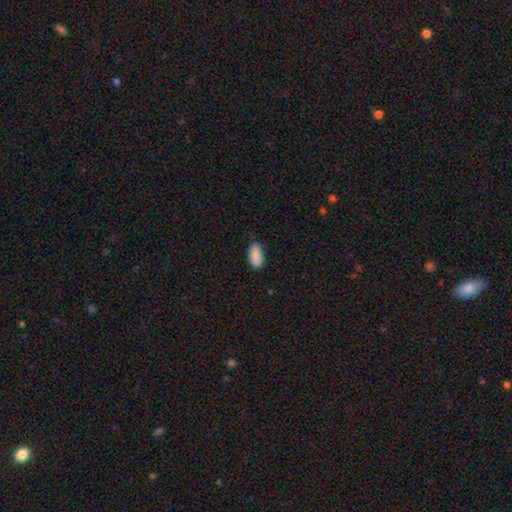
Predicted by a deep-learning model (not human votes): Smooth or featured: smooth — 90% (star or artifact — 7%)
How rounded: in between — 92% (cigar-shaped — 6%)
Merging: none — 78% (minor disturbance — 19%)